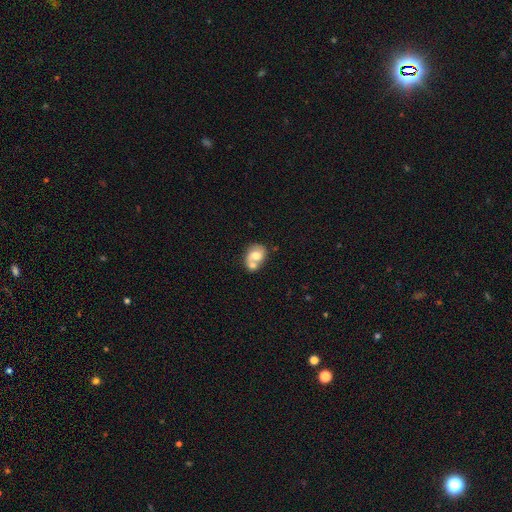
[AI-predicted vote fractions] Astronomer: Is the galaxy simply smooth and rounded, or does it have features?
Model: smooth — 57% (runner-up: featured or disk, 35%).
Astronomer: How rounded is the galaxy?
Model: in between — 51% (runner-up: round, 48%).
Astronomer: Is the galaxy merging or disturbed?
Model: merger — 60%.